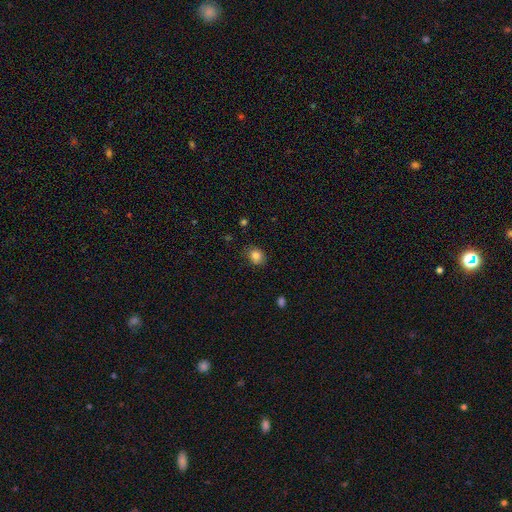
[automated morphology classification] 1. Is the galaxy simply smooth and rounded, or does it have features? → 84% smooth, 10% star or artifact, 6% featured or disk.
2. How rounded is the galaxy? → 58% round, 41% in between, 1% cigar-shaped.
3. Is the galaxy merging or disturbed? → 82% none, 14% minor disturbance, 3% major disturbance, 1% merger.